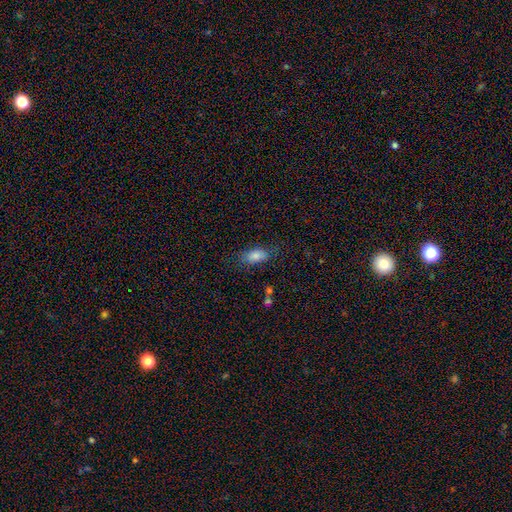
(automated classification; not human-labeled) Smooth or featured?
  - smooth: 79% *
  - featured or disk: 11%
  - star or artifact: 10%
How rounded?
  - in between: 83% *
  - cigar-shaped: 13%
  - round: 4%
Merging?
  - none: 74% *
  - minor disturbance: 18%
  - major disturbance: 6%
  - merger: 2%